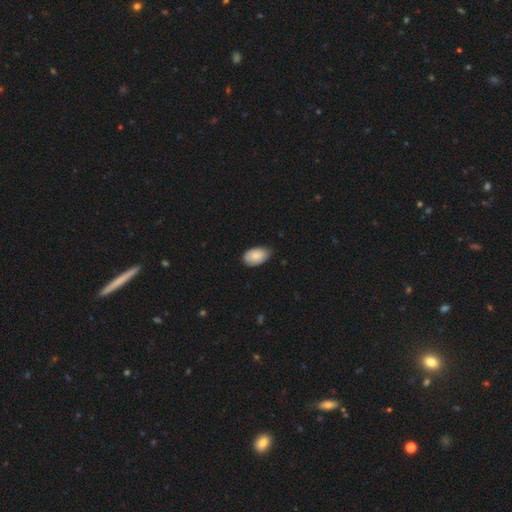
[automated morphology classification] This appears to be a smooth galaxy with no disk features (84%) that is in between round and cigar-shaped (93%). Merging: none (71%).